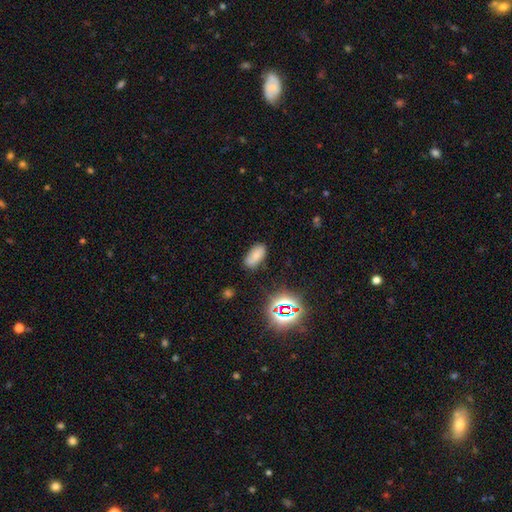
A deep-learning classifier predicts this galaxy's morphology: Overall: smooth (69%). How rounded: in between (92%). Merging: none (77%).